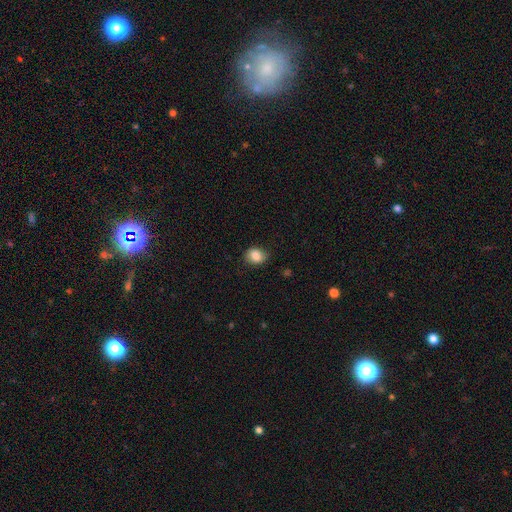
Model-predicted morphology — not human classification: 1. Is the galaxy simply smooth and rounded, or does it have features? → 85% smooth, 8% star or artifact, 7% featured or disk.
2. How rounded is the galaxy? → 52% in between, 47% round, 1% cigar-shaped.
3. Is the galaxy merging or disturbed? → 73% none, 21% minor disturbance, 5% major disturbance, 1% merger.